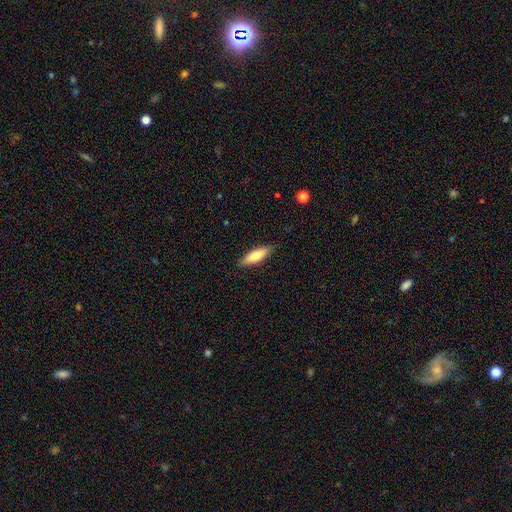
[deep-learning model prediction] smooth_or_featured: smooth (p=0.73) [alt: featured or disk p=0.22]
how_rounded: cigar-shaped (p=0.53) [alt: in between p=0.45]
merging: none (p=0.87) [alt: minor disturbance p=0.10]